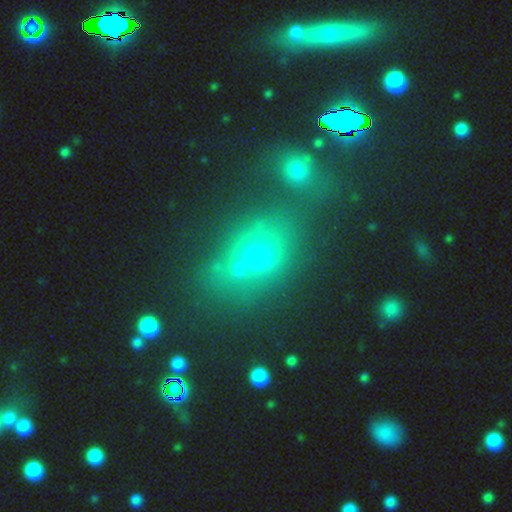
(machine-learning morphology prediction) smooth 52%, star or artifact 35%, featured or disk 13%. Down the decision tree: how rounded — round (57%); merging — none (56%).